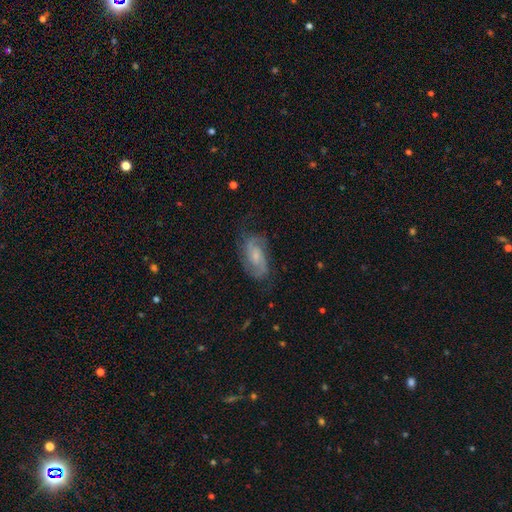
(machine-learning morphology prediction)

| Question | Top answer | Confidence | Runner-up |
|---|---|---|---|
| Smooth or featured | featured or disk | 78% | smooth (15%) |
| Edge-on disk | no | 96% | yes (4%) |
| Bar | no | 56% | weak (36%) |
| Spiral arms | yes | 95% | no (5%) |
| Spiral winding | medium | 48% | tight (33%) |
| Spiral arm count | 2 | 67% | can't tell (14%) |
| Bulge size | small | 55% | moderate (29%) |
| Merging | none | 69% | minor disturbance (20%) |